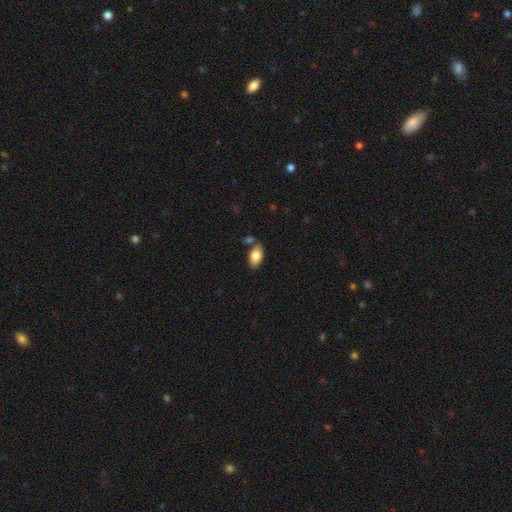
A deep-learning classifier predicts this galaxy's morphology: Q: Smooth or featured?
A: smooth (82%); runner-up: featured or disk (12%)
Q: How rounded?
A: in between (93%); runner-up: round (4%)
Q: Merging?
A: none (72%); runner-up: minor disturbance (13%)